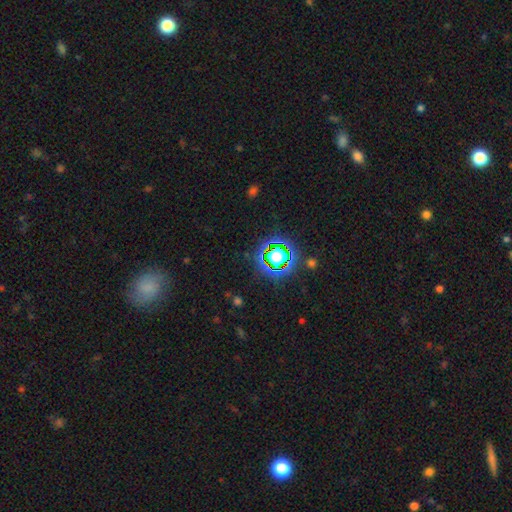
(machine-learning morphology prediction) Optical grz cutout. It shows a star or artifact, not a galaxy (74%).